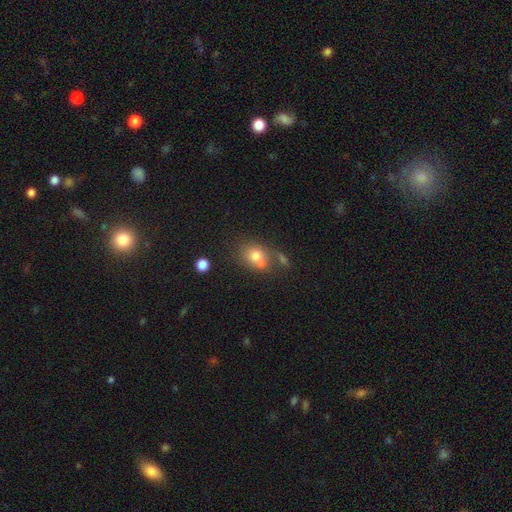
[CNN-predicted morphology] Smooth or featured: smooth — 72% (featured or disk — 16%)
How rounded: round — 56% (in between — 43%)
Merging: none — 41% (merger — 40%)